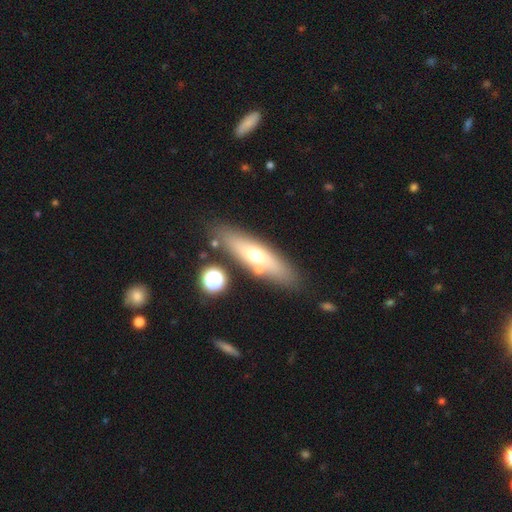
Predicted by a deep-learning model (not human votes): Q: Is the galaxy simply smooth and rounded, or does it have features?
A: smooth — 52%.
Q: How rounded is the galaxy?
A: cigar-shaped — 64%.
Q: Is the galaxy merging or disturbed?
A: none — 79%.